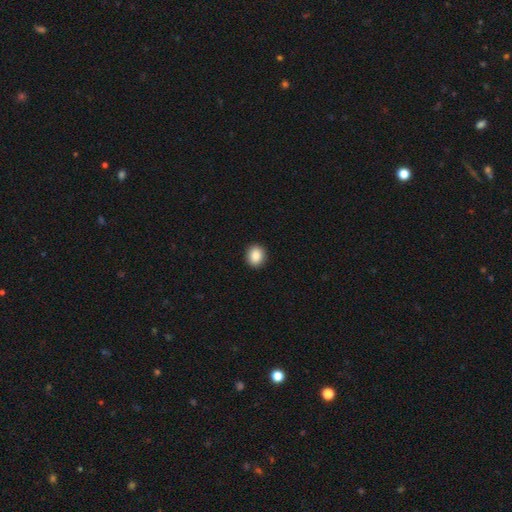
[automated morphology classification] A smooth galaxy with no disk features (87%) that is round (72%). Merging: none (92%).